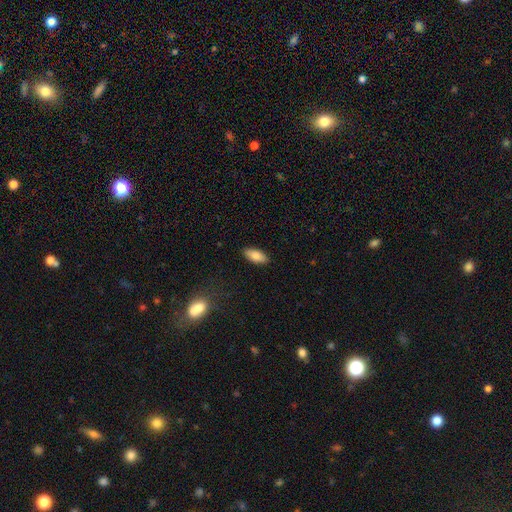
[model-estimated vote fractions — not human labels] smooth 85%, featured or disk 8%, star or artifact 7%. Down the decision tree: how rounded — in between (88%); merging — none (88%).